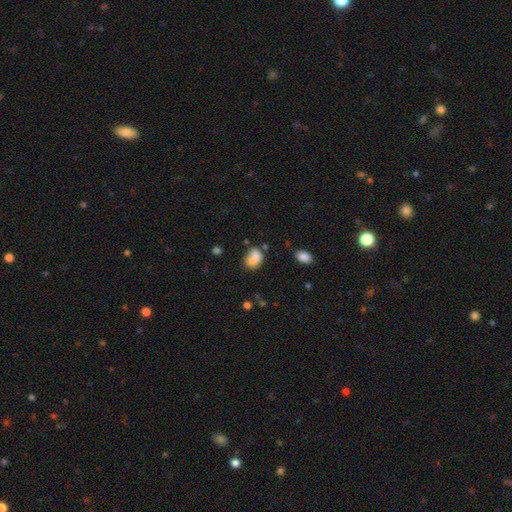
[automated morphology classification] This appears to be a smooth galaxy with no disk features (75%) that is in between round and cigar-shaped (64%). Merging: none (38%).